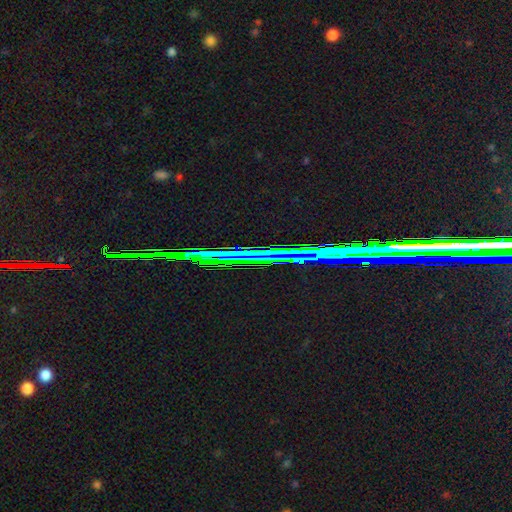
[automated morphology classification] star or artifact 80%, featured or disk 12%, smooth 8%.